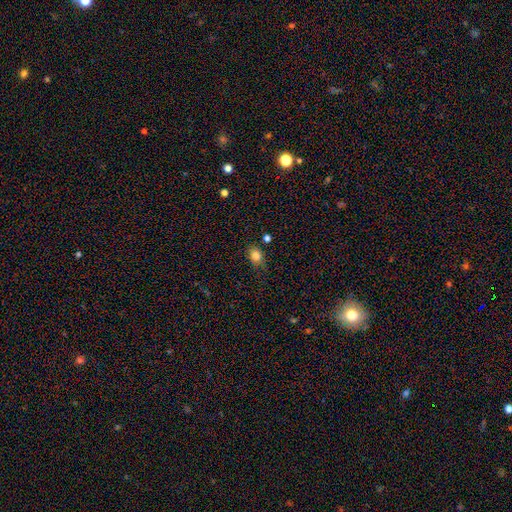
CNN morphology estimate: Overall: smooth (82%). How rounded: round (50%; in between 49%). Merging: none (71%).